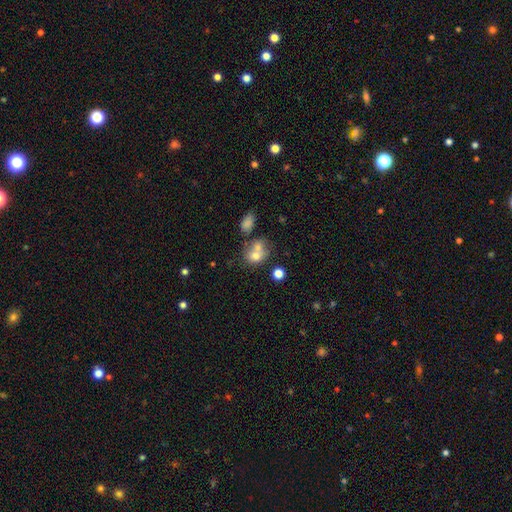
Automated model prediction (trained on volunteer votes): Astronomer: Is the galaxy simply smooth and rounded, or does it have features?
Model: smooth — 71%.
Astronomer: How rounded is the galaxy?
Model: round — 54% (runner-up: in between, 45%).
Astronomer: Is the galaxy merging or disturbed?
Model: merger — 51% (runner-up: none, 32%).